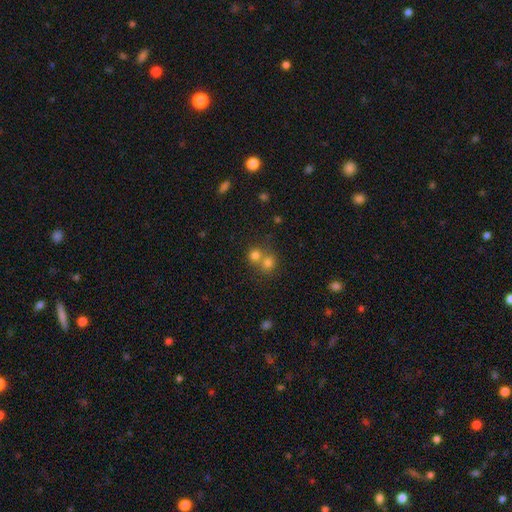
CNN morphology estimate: A smooth galaxy with no disk features (75%) that is round (81%). Merging: merger (52%).